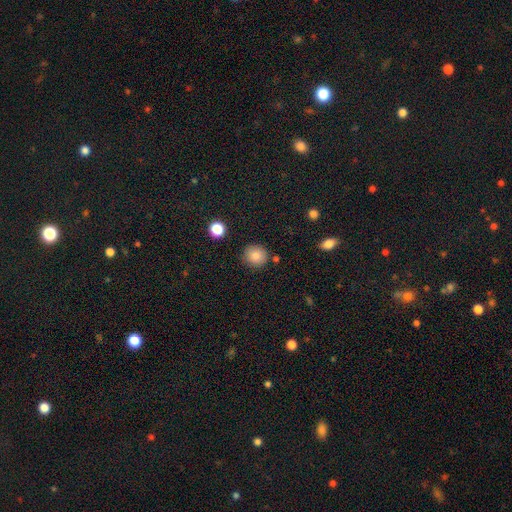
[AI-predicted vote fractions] The model was most divided on "smooth or featured": smooth: 84%, star or artifact: 10%, featured or disk: 6%. More confident: how rounded — round (89%); merging — none (86%).